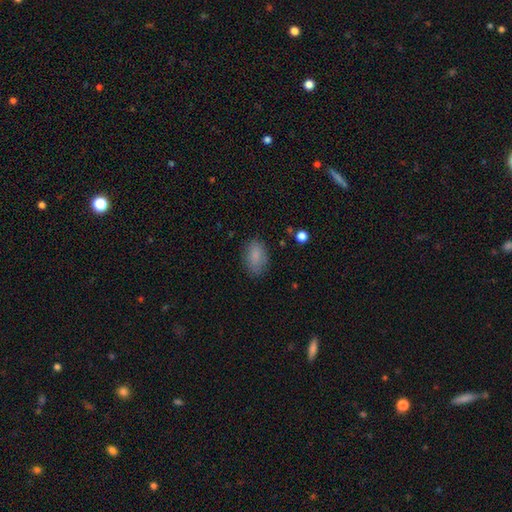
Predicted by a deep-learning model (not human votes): Smooth or featured? smooth (85%)
How rounded? in between (89%)
Merging? none (79%)